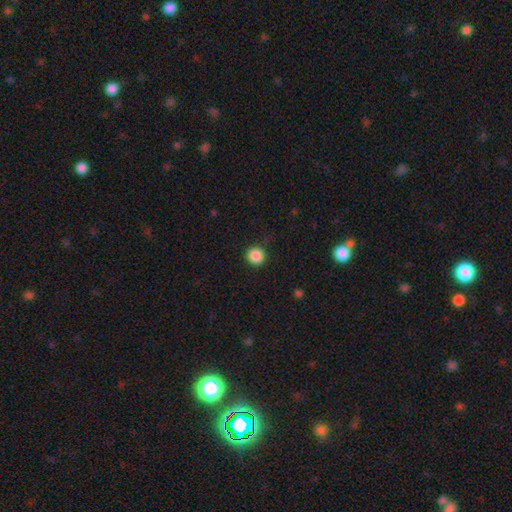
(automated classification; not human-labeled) smooth 87%, star or artifact 10%, featured or disk 3%. Down the decision tree: how rounded — round (93%); merging — none (89%).